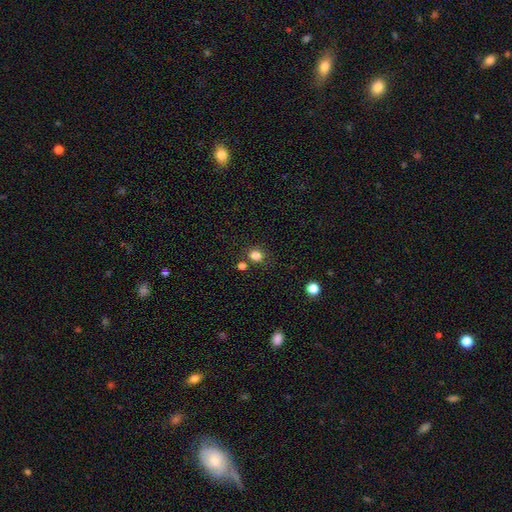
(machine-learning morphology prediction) This appears to be a smooth galaxy with no disk features (82%) that is round (74%). Merging: none (77%).